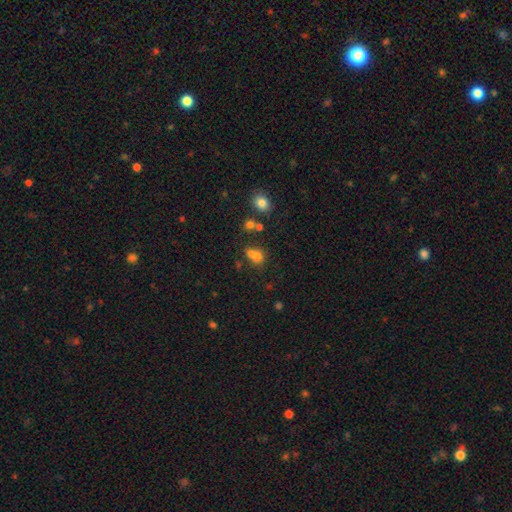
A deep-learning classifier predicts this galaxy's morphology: smooth-or-featured: smooth: 70% | star or artifact: 17% | featured or disk: 14%
  how-rounded: round: 67% | in between: 31% | cigar-shaped: 1%
  merging: merger: 52% | none: 35% | minor disturbance: 9% | major disturbance: 5%